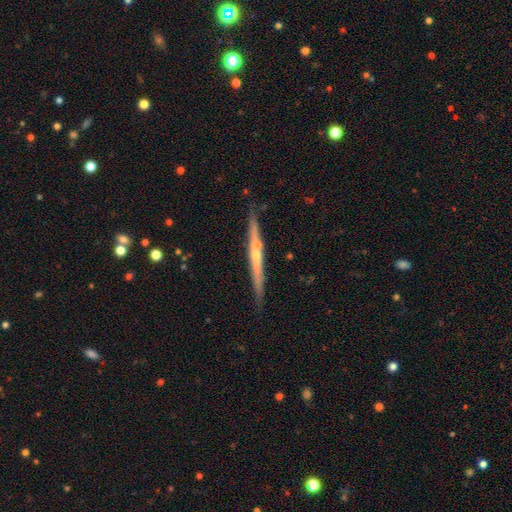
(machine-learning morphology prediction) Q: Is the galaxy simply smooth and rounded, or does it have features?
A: featured or disk — 65%.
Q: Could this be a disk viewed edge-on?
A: yes — 97%.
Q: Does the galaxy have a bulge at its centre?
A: none — 50%.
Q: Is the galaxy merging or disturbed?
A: none — 81%.